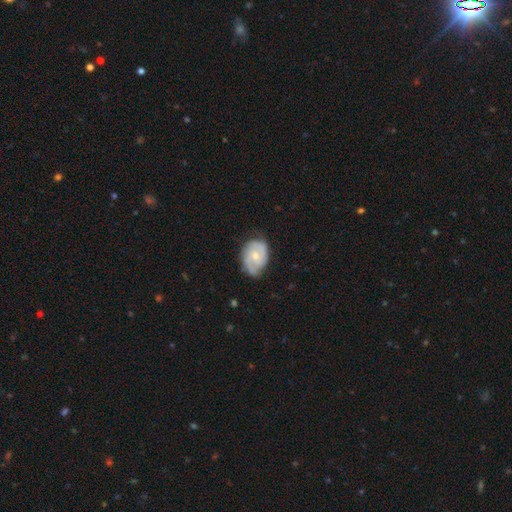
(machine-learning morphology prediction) A featured or disk galaxy (70%) with no bar (63%), 2 (58%) tight (49%) spiral arms (89%) and a small central bulge (51%).

Vote fractions:
- Smooth or featured? featured or disk: 70% / smooth: 24% / star or artifact: 5%
- Edge-on disk? no: 97% / yes: 3%
- Bar? no: 63% / weak: 32% / strong: 5%
- Spiral arms? yes: 89% / no: 11%
- Spiral winding? tight: 49% / medium: 38% / loose: 13%
- Spiral arm count? 2: 58% / can't tell: 20% / 3: 12% / 1: 6% / 4: 2% / more than 4: 2%
- Bulge size? small: 51% / moderate: 45% / none: 2% / large: 1% / dominant: 1%
- Merging? none: 64% / minor disturbance: 27% / major disturbance: 7% / merger: 1%